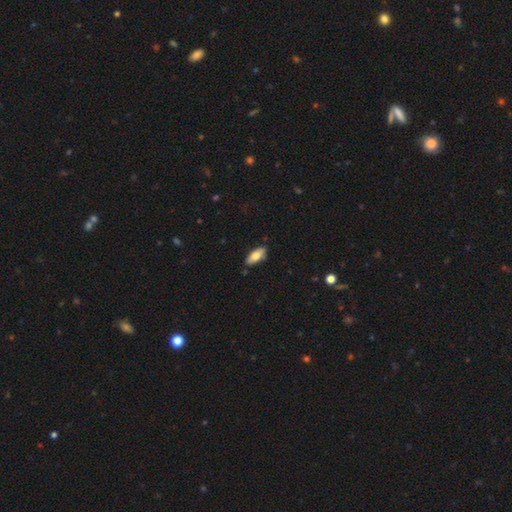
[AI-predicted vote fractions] This appears to be a smooth galaxy with no disk features (75%) that is in between round and cigar-shaped (84%). Merging: none (84%).